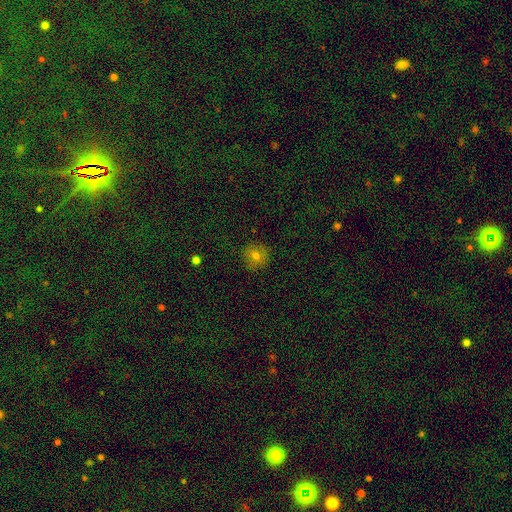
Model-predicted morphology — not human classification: Smooth or featured: smooth — 74% (featured or disk — 13%)
How rounded: round — 91% (in between — 8%)
Merging: none — 88% (minor disturbance — 9%)